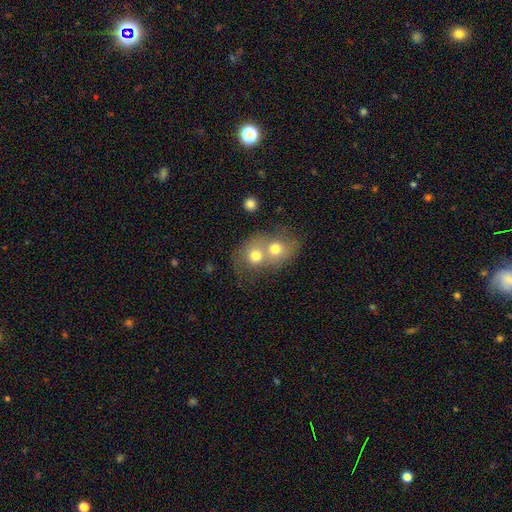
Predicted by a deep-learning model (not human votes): A smooth galaxy with no disk features (70%) that is round (70%).

Vote fractions:
- Smooth or featured? smooth: 70% / featured or disk: 19% / star or artifact: 11%
- How rounded? round: 70% / in between: 29% / cigar-shaped: 1%
- Merging? merger: 67% / none: 23% / minor disturbance: 6% / major disturbance: 4%